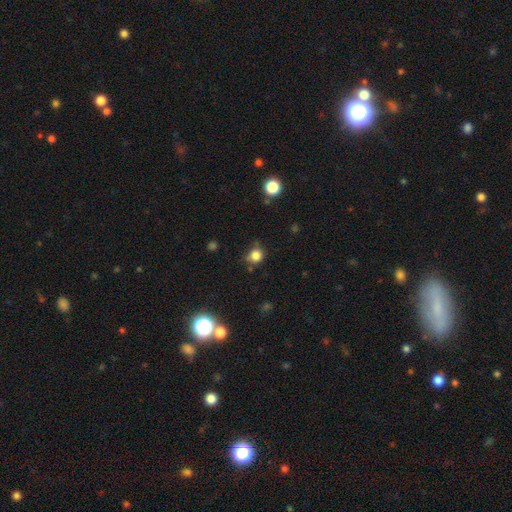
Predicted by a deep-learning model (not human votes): smooth 81%, star or artifact 14%, featured or disk 6%. Down the decision tree: how rounded — round (81%); merging — none (64%).